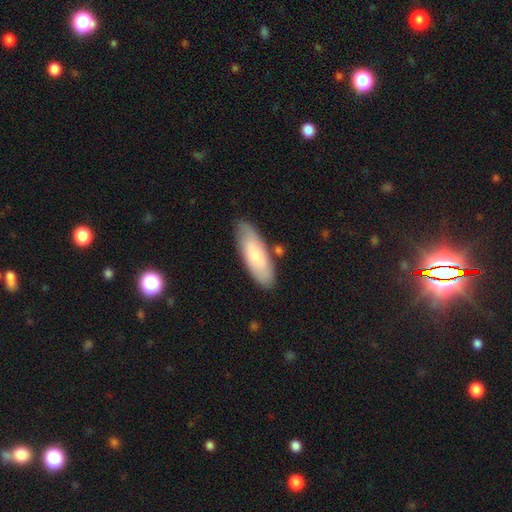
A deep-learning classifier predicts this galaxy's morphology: Smooth or featured: smooth — 68% (featured or disk — 26%)
How rounded: in between — 65% (cigar-shaped — 33%)
Merging: none — 79% (minor disturbance — 14%)